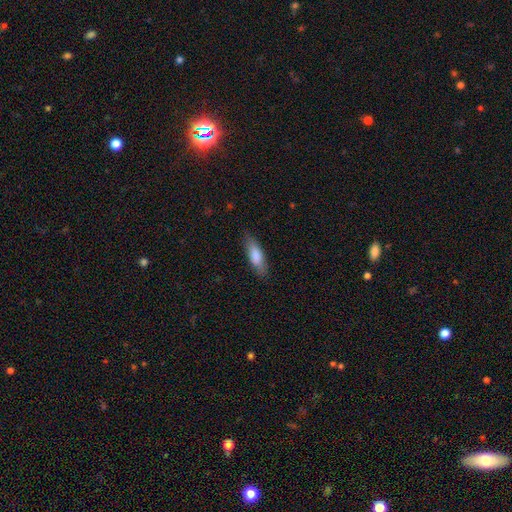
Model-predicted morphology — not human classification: Smooth or featured: smooth — 81% (featured or disk — 13%)
How rounded: in between — 50% (cigar-shaped — 48%)
Merging: none — 81% (minor disturbance — 14%)